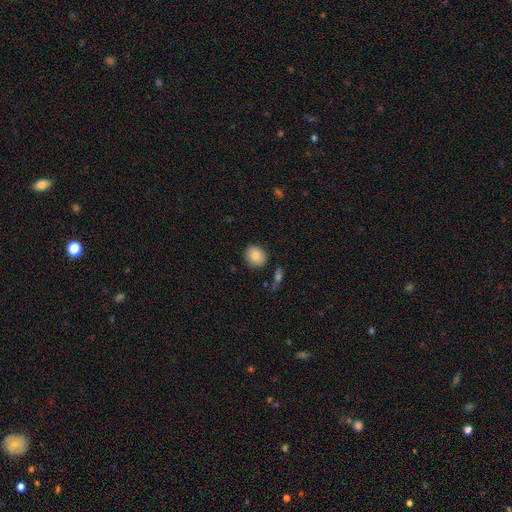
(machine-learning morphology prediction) smooth-or-featured: smooth: 83% | featured or disk: 9% | star or artifact: 8%
  how-rounded: round: 67% | in between: 32% | cigar-shaped: 1%
  merging: none: 84% | minor disturbance: 10% | merger: 3% | major disturbance: 2%